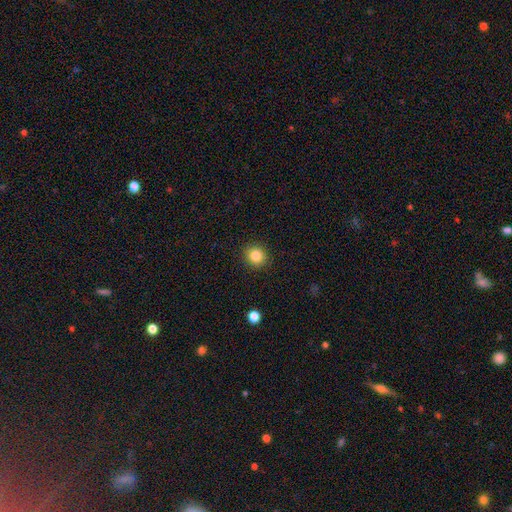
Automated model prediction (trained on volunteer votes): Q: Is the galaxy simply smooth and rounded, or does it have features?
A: smooth — 84%.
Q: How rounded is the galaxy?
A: round — 86%.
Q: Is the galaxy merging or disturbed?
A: none — 91%.